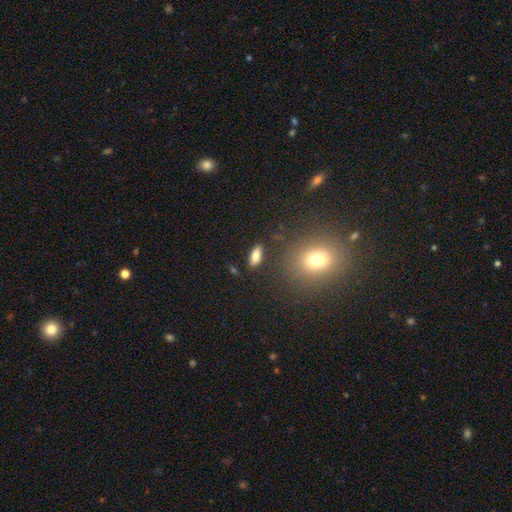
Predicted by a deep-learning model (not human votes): Smooth or featured?
  - smooth: 77% *
  - featured or disk: 14%
  - star or artifact: 9%
How rounded?
  - in between: 80% *
  - cigar-shaped: 16%
  - round: 5%
Merging?
  - none: 83% *
  - minor disturbance: 10%
  - merger: 4%
  - major disturbance: 3%